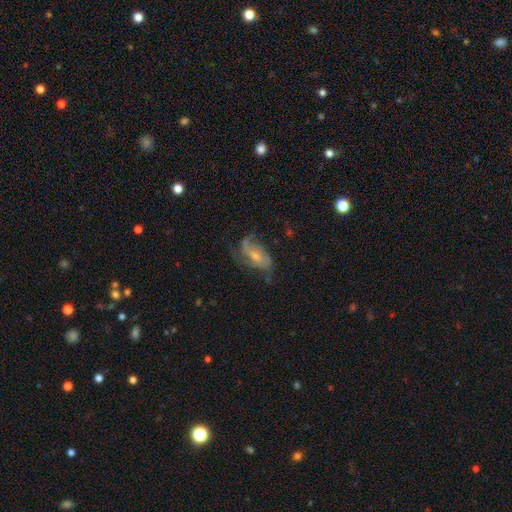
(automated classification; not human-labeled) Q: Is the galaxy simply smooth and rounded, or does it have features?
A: featured or disk — 64%.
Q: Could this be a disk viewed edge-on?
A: no — 93%.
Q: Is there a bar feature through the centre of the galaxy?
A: no — 50%.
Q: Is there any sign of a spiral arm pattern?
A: yes — 81%.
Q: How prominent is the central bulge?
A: small — 45%.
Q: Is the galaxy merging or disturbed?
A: none — 48%.